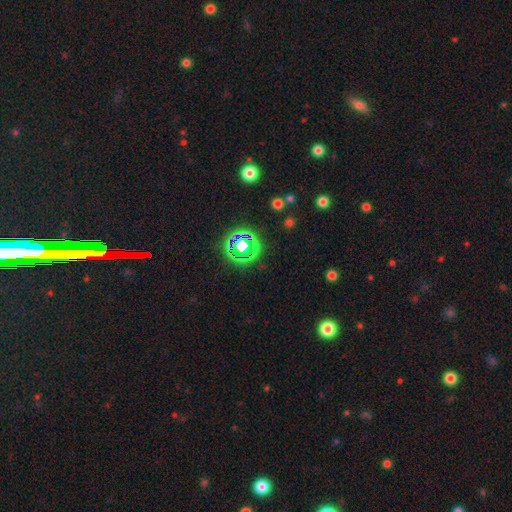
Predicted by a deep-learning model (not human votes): A star or artifact, not a galaxy (76%).